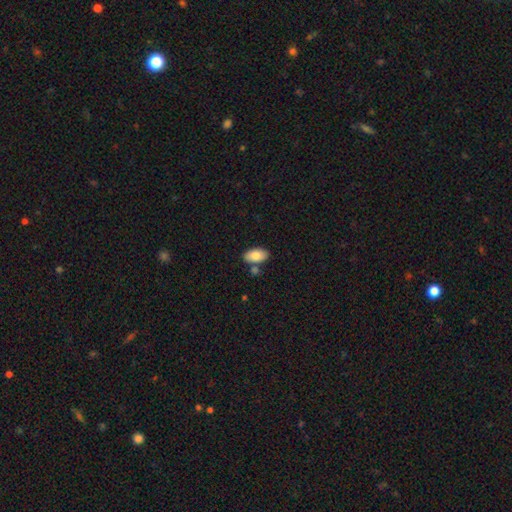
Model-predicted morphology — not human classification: smooth-or-featured: smooth: 84% | featured or disk: 9% | star or artifact: 6%
  how-rounded: in between: 94% | round: 3% | cigar-shaped: 2%
  merging: none: 74% | merger: 12% | minor disturbance: 12% | major disturbance: 3%